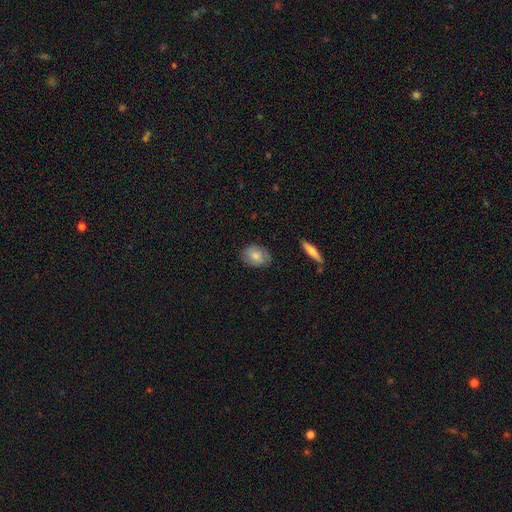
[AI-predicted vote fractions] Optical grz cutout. It shows a smooth galaxy with no disk features (79%) that is in between round and cigar-shaped (72%). Merging: none (80%).